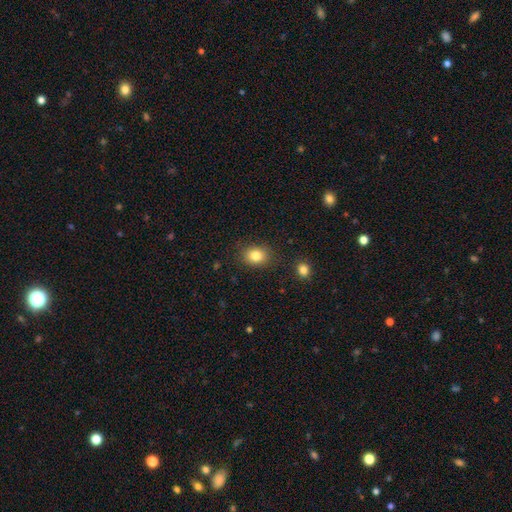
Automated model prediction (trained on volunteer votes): A smooth galaxy with no disk features (83%) that is in between round and cigar-shaped (51%).

Vote fractions:
- Smooth or featured? smooth: 83% / star or artifact: 10% / featured or disk: 7%
- How rounded? in between: 51% / round: 48% / cigar-shaped: 1%
- Merging? none: 84% / minor disturbance: 10% / major disturbance: 3% / merger: 2%